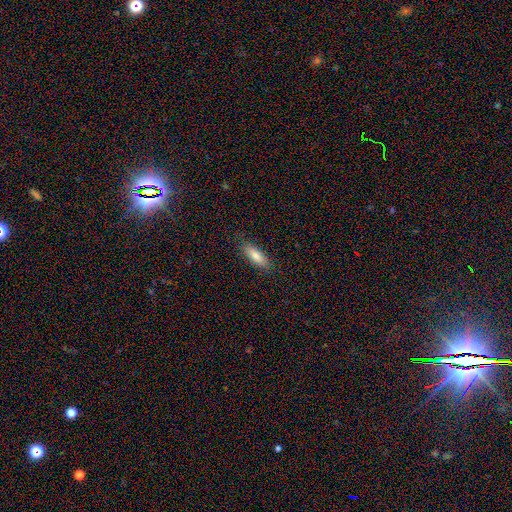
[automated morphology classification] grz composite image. It shows a smooth galaxy with no disk features (82%) that is in between round and cigar-shaped (58%). Merging: none (86%).